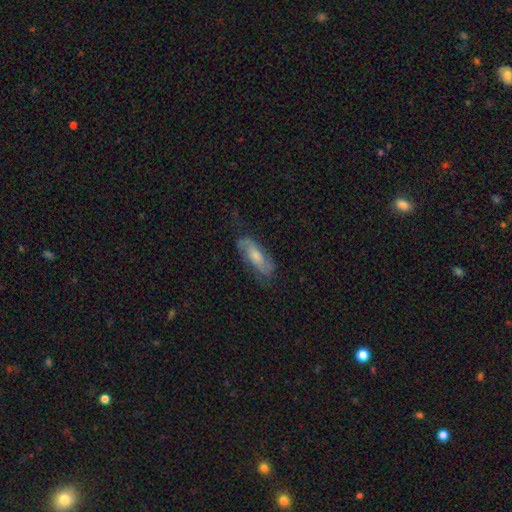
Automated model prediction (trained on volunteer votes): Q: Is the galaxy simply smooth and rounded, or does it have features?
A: featured or disk — 63%.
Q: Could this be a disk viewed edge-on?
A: no — 87%.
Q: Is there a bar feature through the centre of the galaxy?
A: no — 55%.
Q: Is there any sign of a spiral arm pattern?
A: yes — 89%.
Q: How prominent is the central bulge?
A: moderate — 46%.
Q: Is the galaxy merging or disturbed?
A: none — 69%.